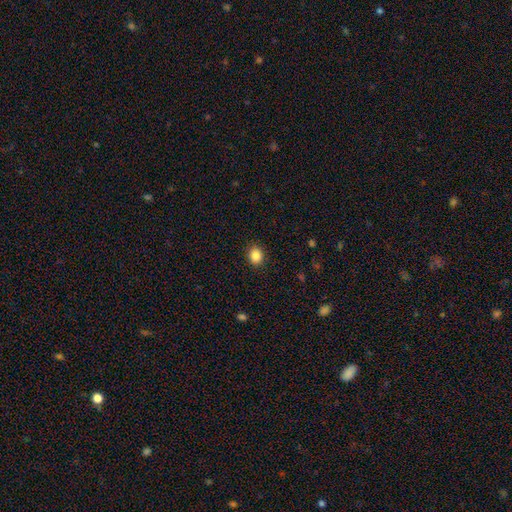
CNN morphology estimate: Smooth or featured: smooth — 86% (star or artifact — 10%)
How rounded: round — 60% (in between — 39%)
Merging: none — 90% (minor disturbance — 7%)